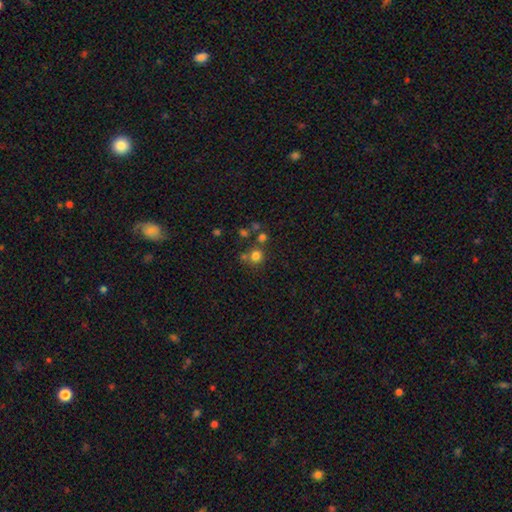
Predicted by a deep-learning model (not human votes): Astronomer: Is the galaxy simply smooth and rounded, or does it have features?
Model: smooth — 75%.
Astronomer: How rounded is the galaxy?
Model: round — 92%.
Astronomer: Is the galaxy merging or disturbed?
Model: none — 68%.